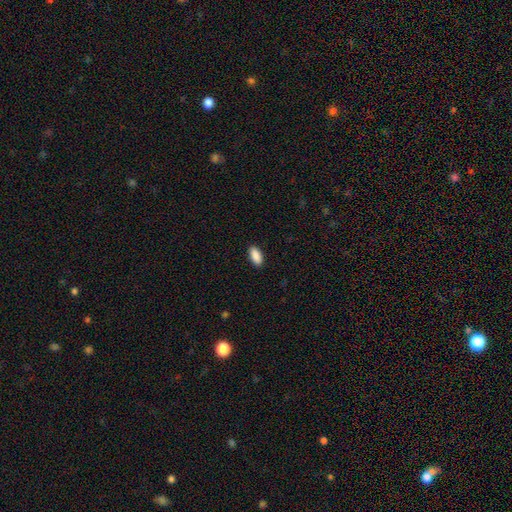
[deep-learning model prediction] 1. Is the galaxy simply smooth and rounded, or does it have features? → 90% smooth, 6% star or artifact, 3% featured or disk.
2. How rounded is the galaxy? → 91% in between, 7% cigar-shaped, 2% round.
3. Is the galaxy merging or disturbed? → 90% none, 7% minor disturbance, 2% major disturbance, 1% merger.